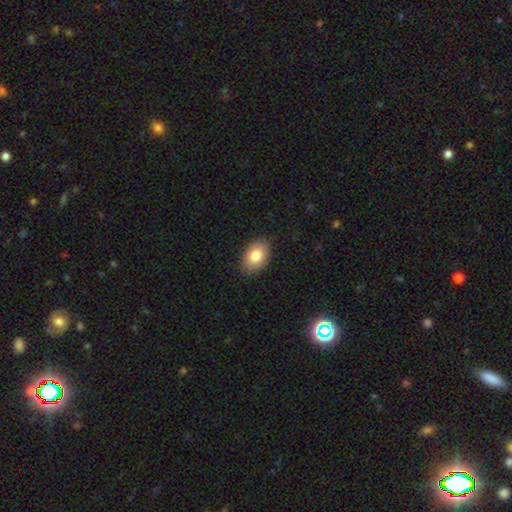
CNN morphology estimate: A smooth galaxy with no disk features (83%) that is in between round and cigar-shaped (85%).

Vote fractions:
- Smooth or featured? smooth: 83% / featured or disk: 10% / star or artifact: 7%
- How rounded? in between: 85% / round: 14% / cigar-shaped: 1%
- Merging? none: 87% / minor disturbance: 10% / major disturbance: 2% / merger: 1%